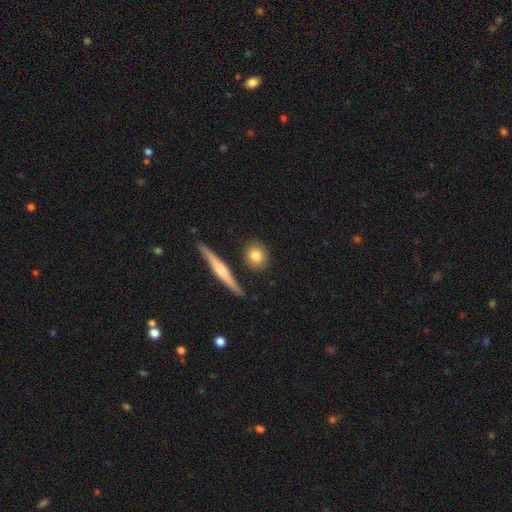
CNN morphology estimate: A smooth galaxy with no disk features (79%) that is round (68%). Merging: none (85%).